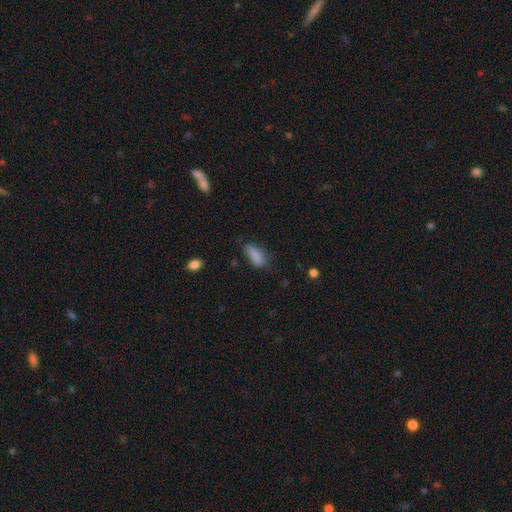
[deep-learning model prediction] smooth 85%, star or artifact 8%, featured or disk 7%. Down the decision tree: how rounded — in between (73%); merging — none (62%).